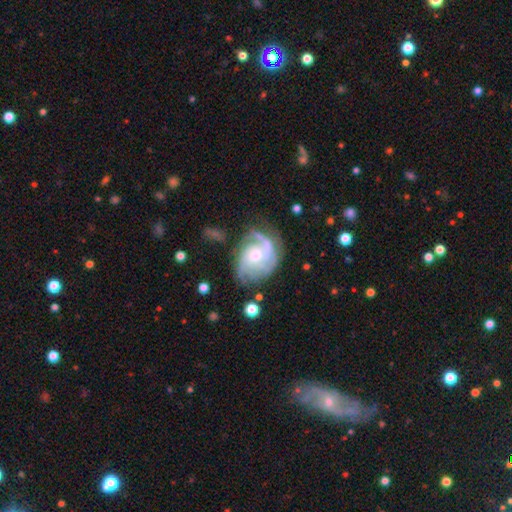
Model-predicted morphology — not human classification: A featured or disk galaxy (85%) with no bar (71%), 3 (29%) tight (48%) spiral arms (95%) and a moderate central bulge (56%). Merging: none (62%).